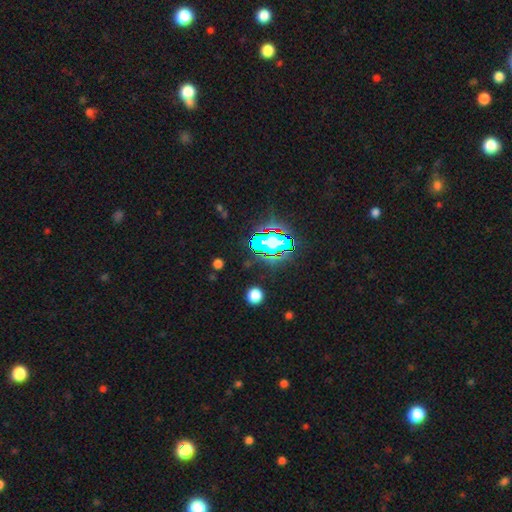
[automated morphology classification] Overall: star or artifact (78%).